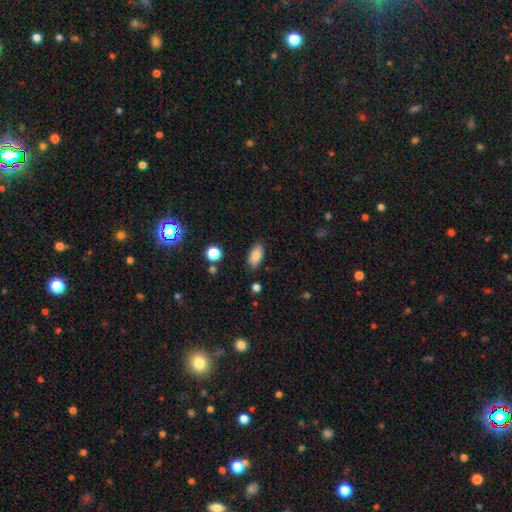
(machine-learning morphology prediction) smooth 85%, star or artifact 8%, featured or disk 6%. Down the decision tree: how rounded — in between (91%); merging — none (85%).